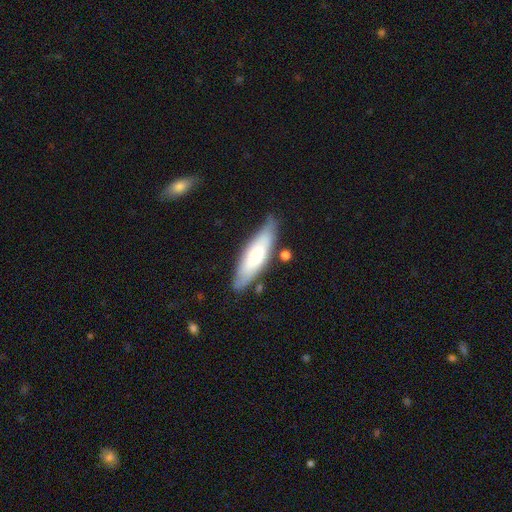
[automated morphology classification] Overall: smooth (57%; featured or disk 37%). How rounded: cigar-shaped (56%; in between 42%). Merging: none (78%).